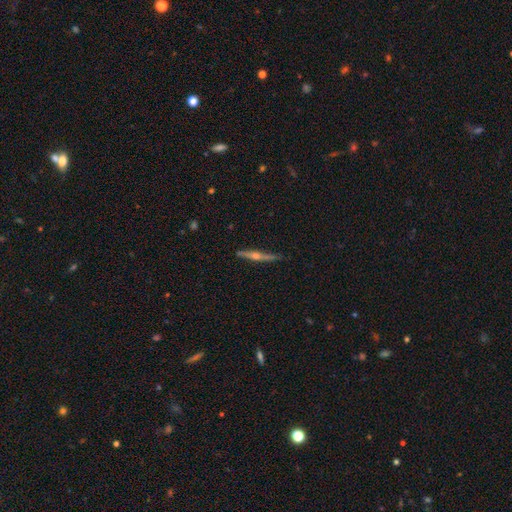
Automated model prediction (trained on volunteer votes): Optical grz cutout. It shows a featured or disk galaxy (78%) viewed edge-on (98%) with a rounded central bulge (91%). Merging: none (85%).